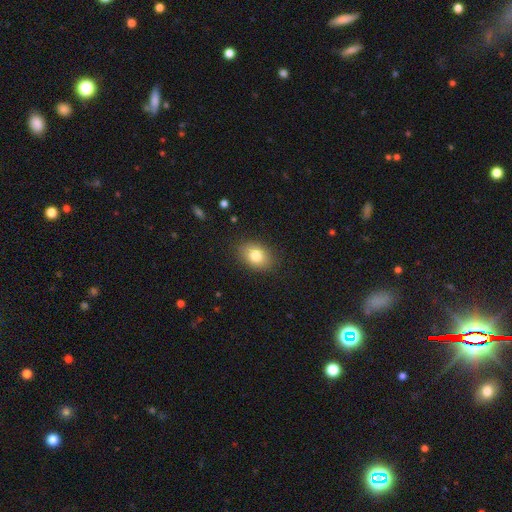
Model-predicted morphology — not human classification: Smooth or featured: smooth — 80% (featured or disk — 11%)
How rounded: in between — 75% (round — 24%)
Merging: none — 86% (minor disturbance — 10%)